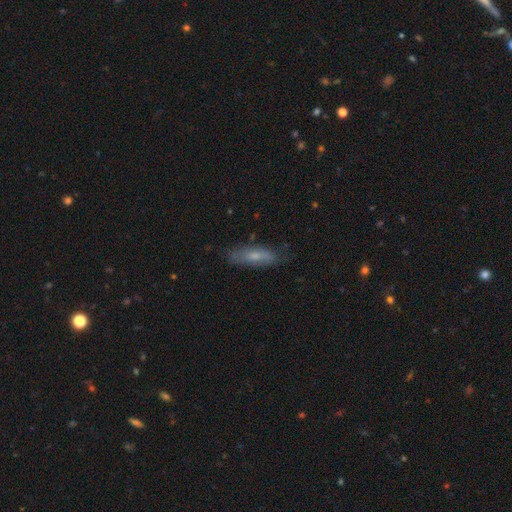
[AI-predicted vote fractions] Smooth or featured? smooth (57%)
How rounded? cigar-shaped (50%)
Merging? none (72%)